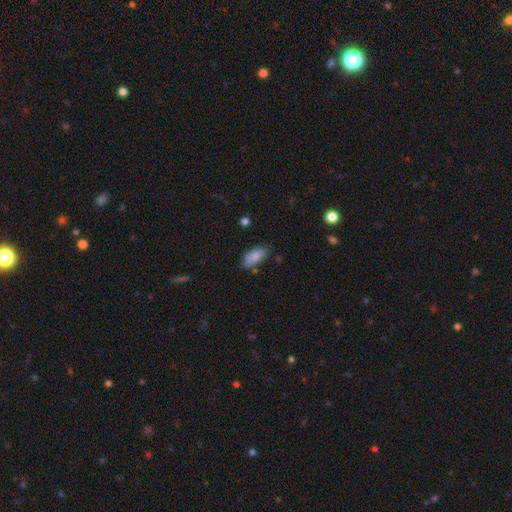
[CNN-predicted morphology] Smooth or featured? smooth (85%)
How rounded? in between (88%)
Merging? none (68%)